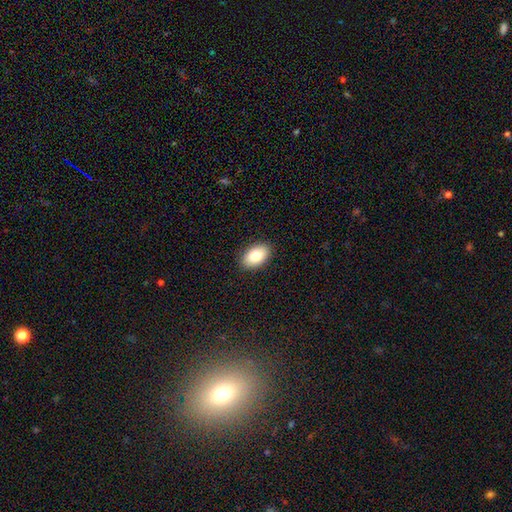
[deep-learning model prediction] smooth 82%, featured or disk 10%, star or artifact 7%. Down the decision tree: how rounded — in between (92%); merging — none (90%).